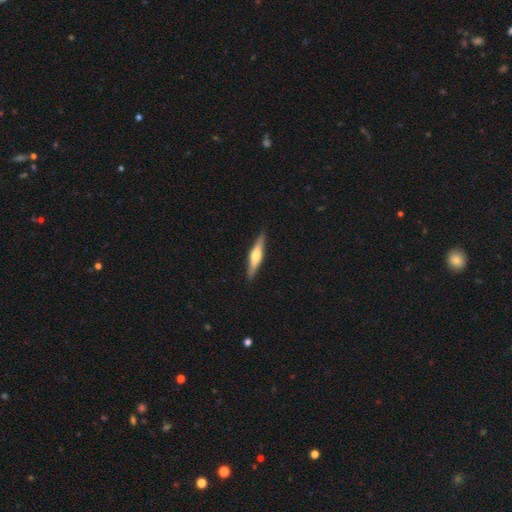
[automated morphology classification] The model was most divided on "smooth or featured": featured or disk: 61%, smooth: 34%, star or artifact: 5%. More confident: edge-on disk — yes (96%); merging — none (90%); edge-on bulge — rounded (87%).